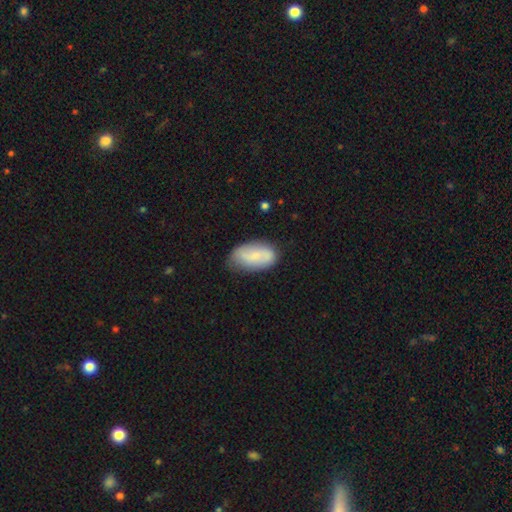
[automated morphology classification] Smooth or featured: smooth — 59% (featured or disk — 34%)
How rounded: in between — 93% (round — 4%)
Merging: none — 70% (minor disturbance — 22%)